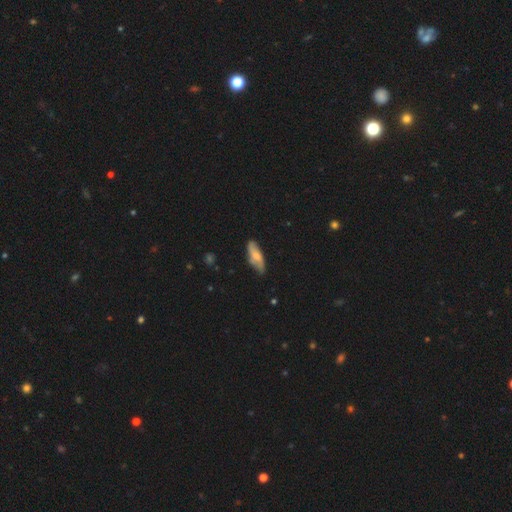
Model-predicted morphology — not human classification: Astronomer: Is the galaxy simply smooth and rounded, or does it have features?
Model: smooth — 54% (runner-up: featured or disk, 40%).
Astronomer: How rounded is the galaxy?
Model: in between — 61% (runner-up: cigar-shaped, 37%).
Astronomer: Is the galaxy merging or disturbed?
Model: none — 72%.